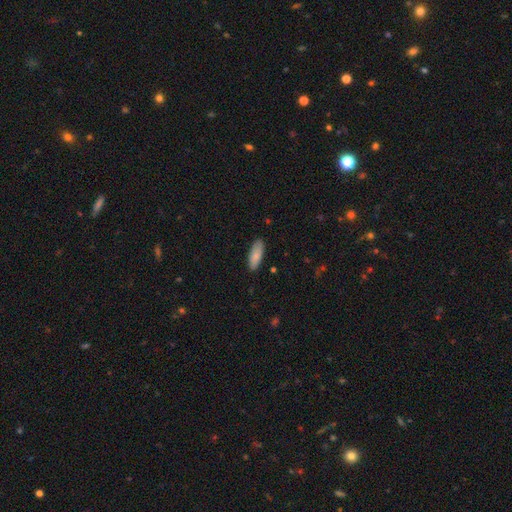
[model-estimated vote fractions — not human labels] This is clearly a smooth galaxy (82%). How rounded: likely in between (73%). Merging: clearly none (86%).